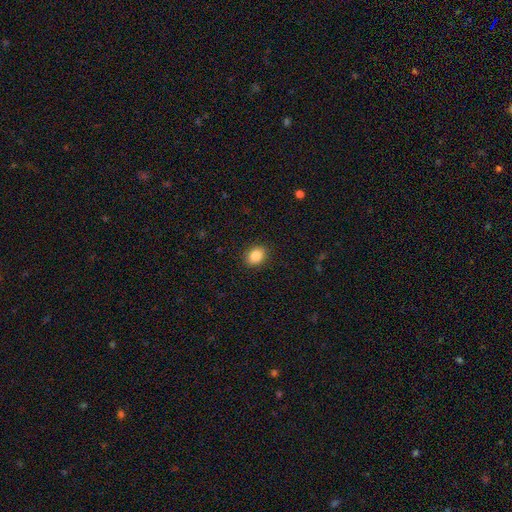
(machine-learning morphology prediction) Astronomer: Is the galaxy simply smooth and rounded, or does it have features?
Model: smooth — 86%.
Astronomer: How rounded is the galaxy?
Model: in between — 63%.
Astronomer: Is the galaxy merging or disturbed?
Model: none — 90%.